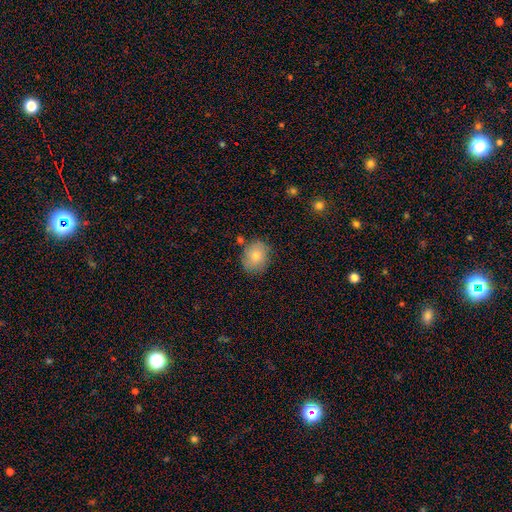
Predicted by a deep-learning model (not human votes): smooth 78%, featured or disk 13%, star or artifact 8%. Down the decision tree: how rounded — round (63%); merging — none (75%).